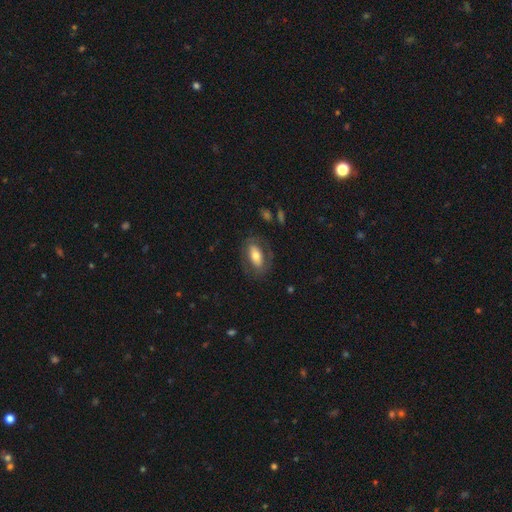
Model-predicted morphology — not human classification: smooth_or_featured: smooth (p=0.58) [alt: featured or disk p=0.36]
how_rounded: in between (p=0.87) [alt: cigar-shaped p=0.07]
merging: none (p=0.72) [alt: minor disturbance p=0.15]